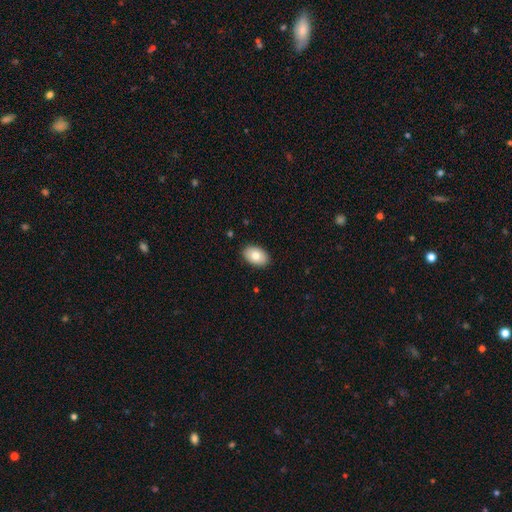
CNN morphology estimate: A smooth galaxy with no disk features (79%) that is in between round and cigar-shaped (91%).

Vote fractions:
- Smooth or featured? smooth: 79% / featured or disk: 14% / star or artifact: 7%
- How rounded? in between: 91% / round: 8% / cigar-shaped: 1%
- Merging? none: 89% / minor disturbance: 8% / major disturbance: 2% / merger: 1%